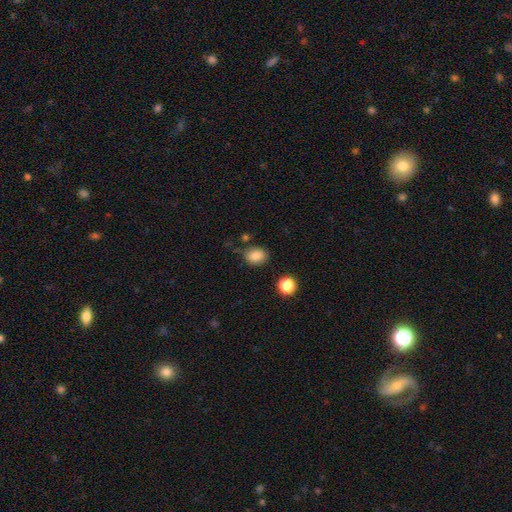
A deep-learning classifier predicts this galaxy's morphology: A smooth galaxy with no disk features (84%) that is in between round and cigar-shaped (54%). Merging: none (74%).